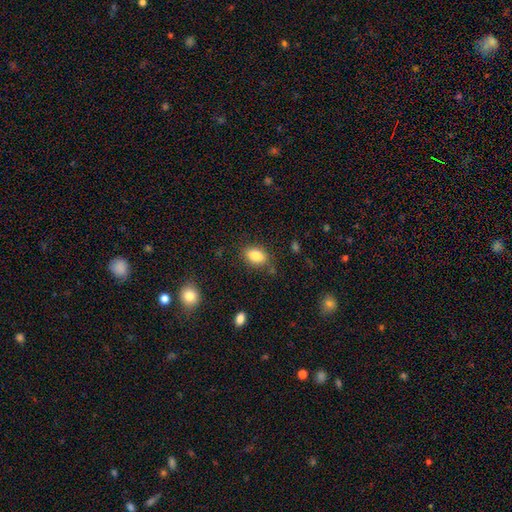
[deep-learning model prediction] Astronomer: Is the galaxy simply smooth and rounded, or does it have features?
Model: smooth — 84%.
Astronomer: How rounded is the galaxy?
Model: in between — 84%.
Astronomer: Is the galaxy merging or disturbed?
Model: none — 79%.